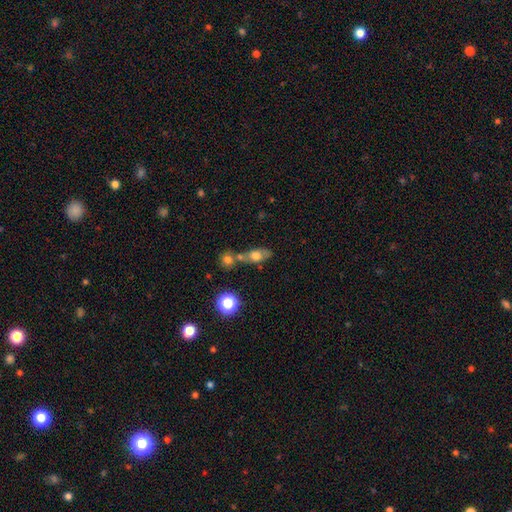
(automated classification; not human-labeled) Morphology: type=smooth (64%); roundness=in between (71%); merging=none (50%).